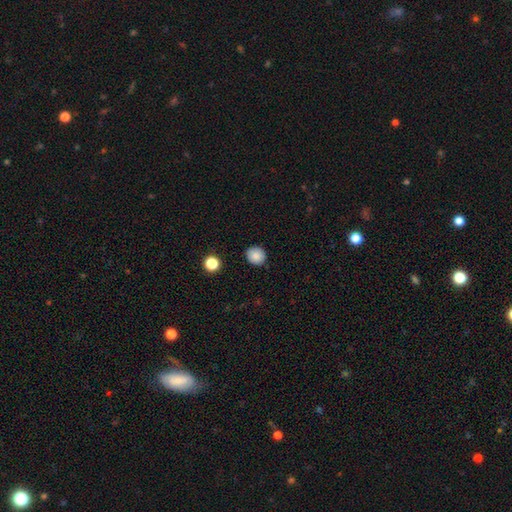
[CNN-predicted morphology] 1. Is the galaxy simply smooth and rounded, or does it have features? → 86% smooth, 9% star or artifact, 5% featured or disk.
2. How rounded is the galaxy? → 83% round, 16% in between, 1% cigar-shaped.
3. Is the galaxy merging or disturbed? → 87% none, 9% minor disturbance, 2% major disturbance, 1% merger.